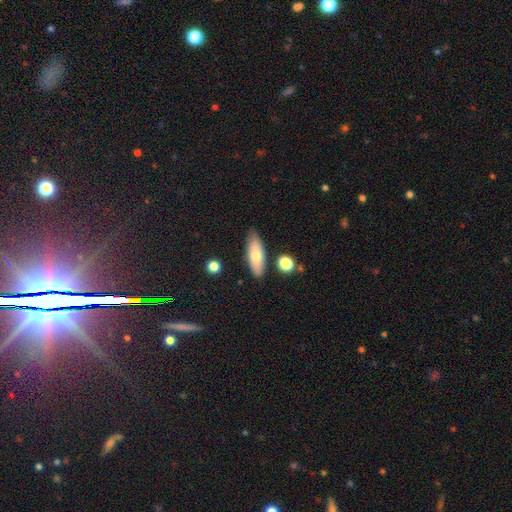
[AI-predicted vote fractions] A smooth galaxy with no disk features (68%) that is in between round and cigar-shaped (61%).

Vote fractions:
- Smooth or featured? smooth: 68% / featured or disk: 25% / star or artifact: 6%
- How rounded? in between: 61% / cigar-shaped: 36% / round: 3%
- Merging? none: 83% / minor disturbance: 11% / merger: 4% / major disturbance: 2%